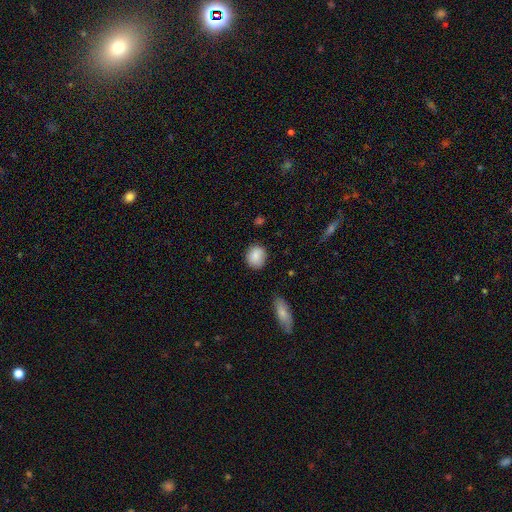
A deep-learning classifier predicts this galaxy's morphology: The model was most divided on "how rounded": round: 78%, in between: 21%, cigar-shaped: 1%. More confident: smooth or featured — smooth (85%); merging — none (83%).